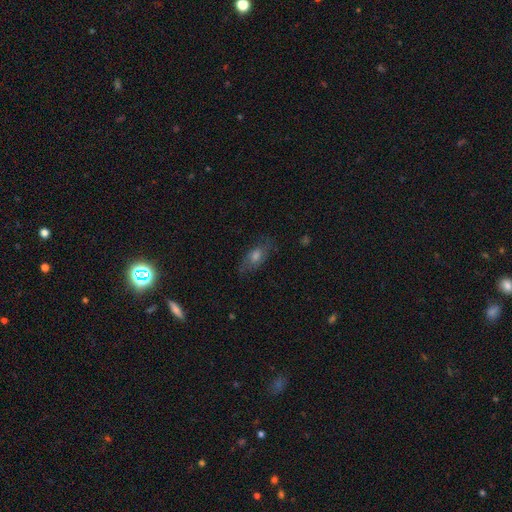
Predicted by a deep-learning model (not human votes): A smooth galaxy with no disk features (46%). Merging: none (76%).